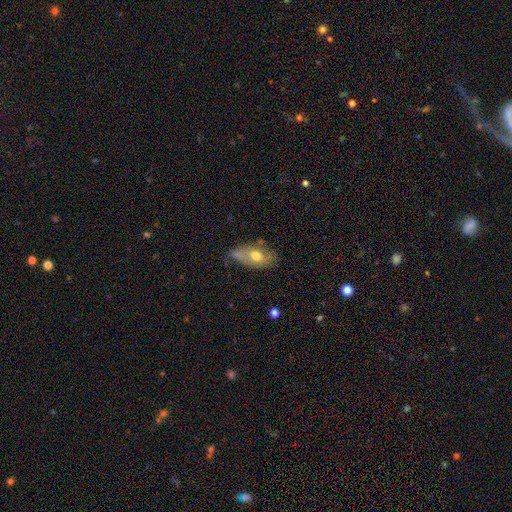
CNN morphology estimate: Q: Smooth or featured?
A: smooth (58%); runner-up: featured or disk (34%)
Q: How rounded?
A: in between (87%); runner-up: round (8%)
Q: Merging?
A: none (47%); runner-up: minor disturbance (32%)